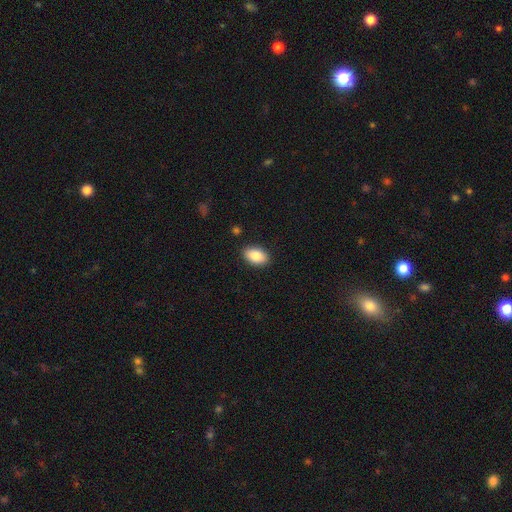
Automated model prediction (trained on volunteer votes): A smooth galaxy with no disk features (87%) that is in between round and cigar-shaped (92%).

Vote fractions:
- Smooth or featured? smooth: 87% / star or artifact: 7% / featured or disk: 6%
- How rounded? in between: 92% / round: 7% / cigar-shaped: 1%
- Merging? none: 89% / minor disturbance: 8% / major disturbance: 2% / merger: 1%